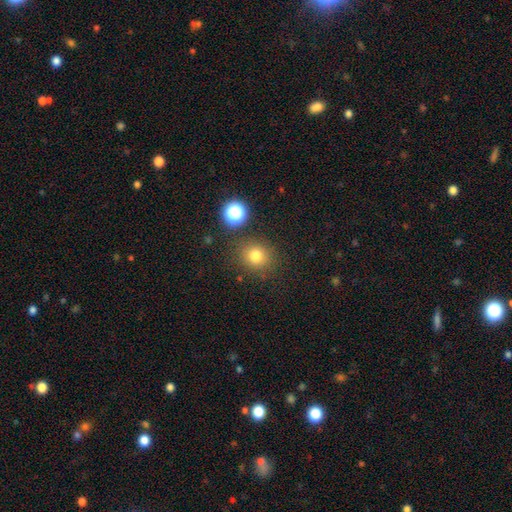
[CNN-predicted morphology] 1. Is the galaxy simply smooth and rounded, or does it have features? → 77% smooth, 16% star or artifact, 7% featured or disk.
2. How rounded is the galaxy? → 84% round, 15% in between, 1% cigar-shaped.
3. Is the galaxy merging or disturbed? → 82% none, 10% minor disturbance, 4% merger, 4% major disturbance.